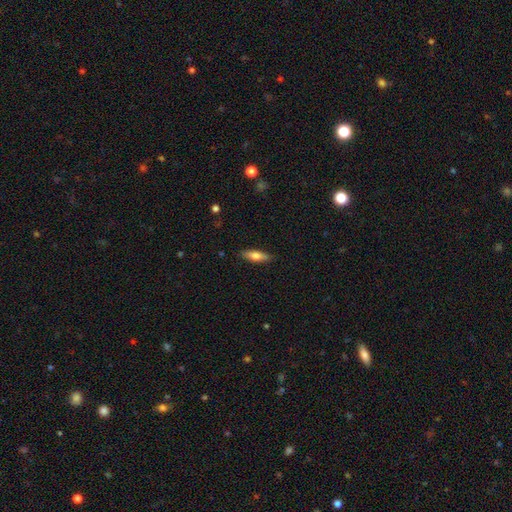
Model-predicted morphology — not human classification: Smooth or featured: smooth — 66% (featured or disk — 28%)
How rounded: cigar-shaped — 55% (in between — 43%)
Merging: none — 87% (minor disturbance — 10%)